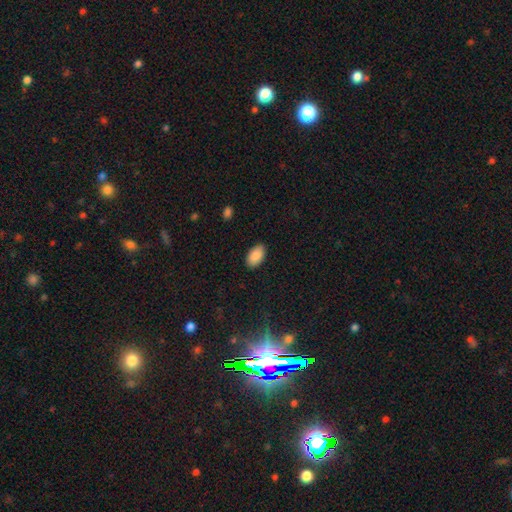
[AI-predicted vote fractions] smooth_or_featured: smooth (p=0.89) [alt: star or artifact p=0.07]
how_rounded: in between (p=0.95) [alt: round p=0.03]
merging: none (p=0.88) [alt: minor disturbance p=0.09]